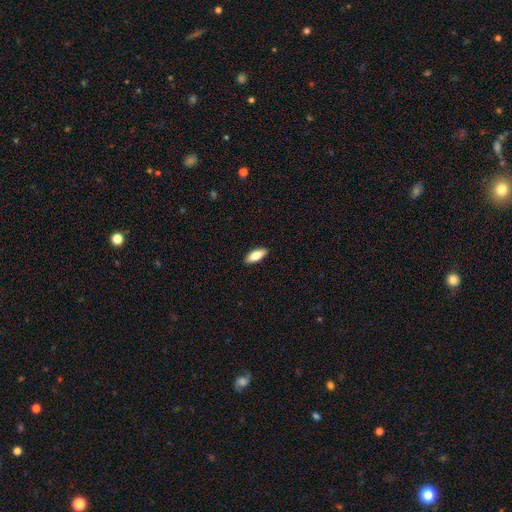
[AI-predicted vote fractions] The model was most divided on "smooth or featured": smooth: 76%, featured or disk: 17%, star or artifact: 6%. More confident: merging — none (90%); how rounded — in between (80%).